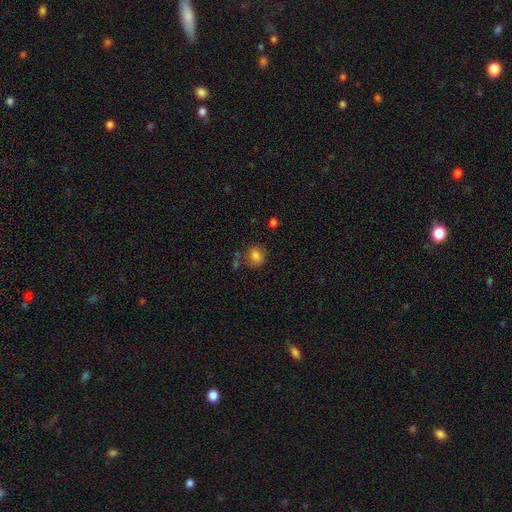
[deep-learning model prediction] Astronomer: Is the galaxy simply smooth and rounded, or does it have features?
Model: smooth — 82%.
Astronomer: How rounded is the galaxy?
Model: round — 71%.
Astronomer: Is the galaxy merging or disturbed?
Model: none — 71%.